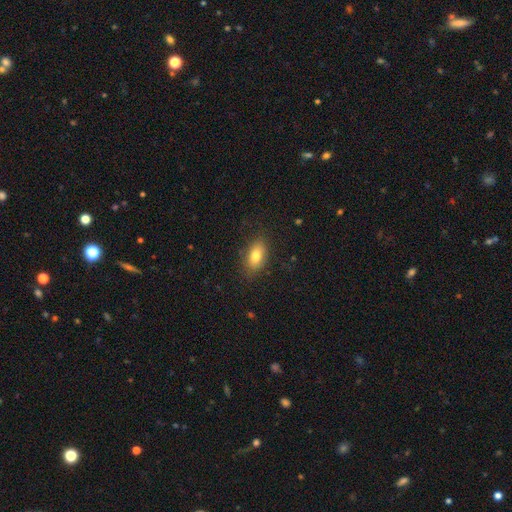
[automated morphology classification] This is likely a smooth galaxy (80%). How rounded: clearly in between (89%). Merging: clearly none (82%).